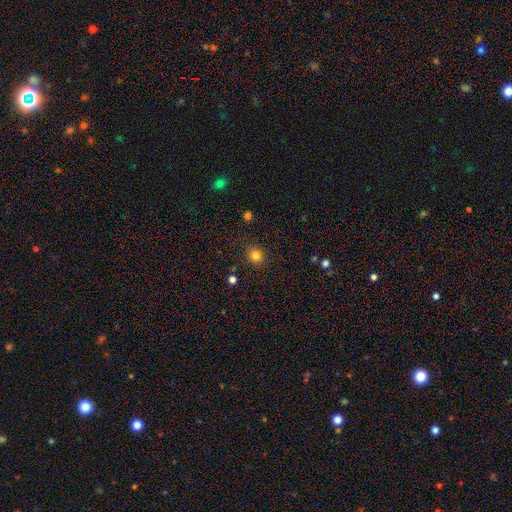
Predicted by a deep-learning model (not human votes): Morphology: type=smooth (82%); roundness=round (83%); merging=none (88%).